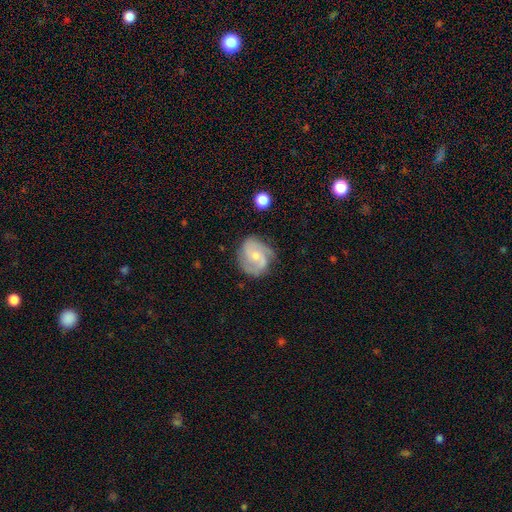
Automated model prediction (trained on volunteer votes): The model was most divided on "bulge size": small: 55%, moderate: 40%, none: 2%, large: 2%, dominant: 1%. Remaining: edge-on disk — no (98%); spiral arms — yes (95%); smooth or featured — featured or disk (78%); merging — none (69%); spiral arm count — 2 (64%); bar — no (58%); spiral winding — medium (49%).